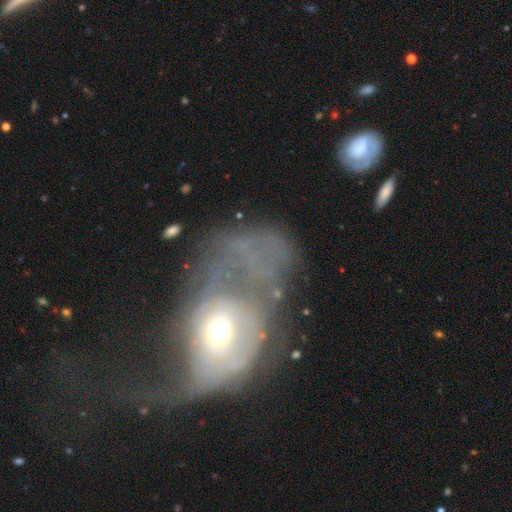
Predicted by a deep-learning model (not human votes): featured or disk 56%, smooth 32%, star or artifact 12%. Down the decision tree: edge-on disk — no (95%); bar — no (76%); spiral arms — no (63%); bulge size — moderate (64%); merging — major disturbance (66%).